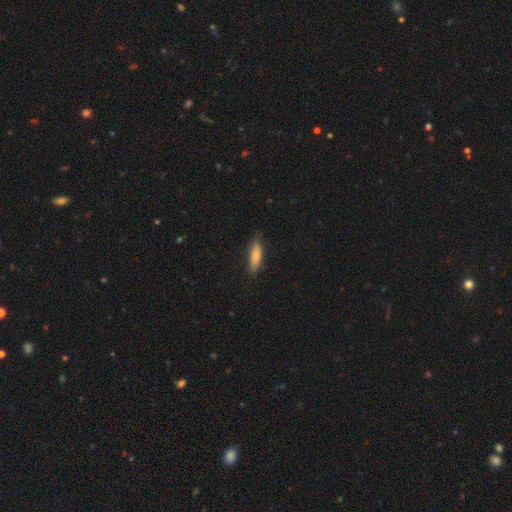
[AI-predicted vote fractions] This appears to be a smooth galaxy with no disk features (83%) that is cigar-shaped (57%). Merging: none (75%).